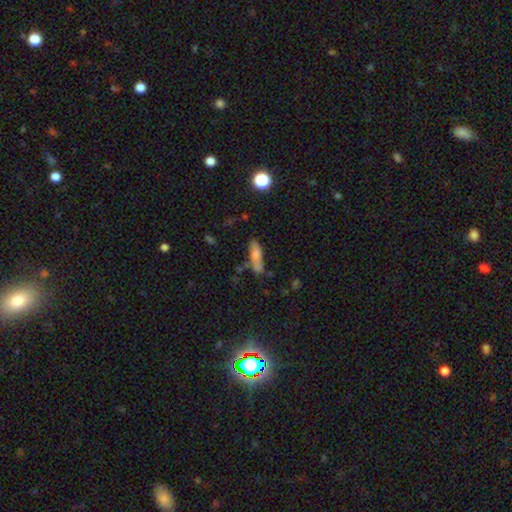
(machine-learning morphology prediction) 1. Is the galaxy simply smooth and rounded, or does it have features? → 67% smooth, 23% featured or disk, 9% star or artifact.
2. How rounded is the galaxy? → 54% cigar-shaped, 43% in between, 3% round.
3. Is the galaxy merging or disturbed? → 56% none, 22% minor disturbance, 14% merger, 8% major disturbance.